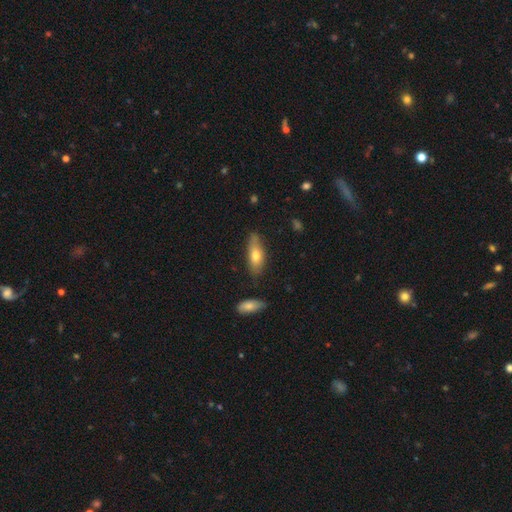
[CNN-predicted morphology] Smooth or featured? Predicted: smooth (p=0.69). How rounded? Predicted: in between (p=0.66). Merging? Predicted: none (p=0.68).